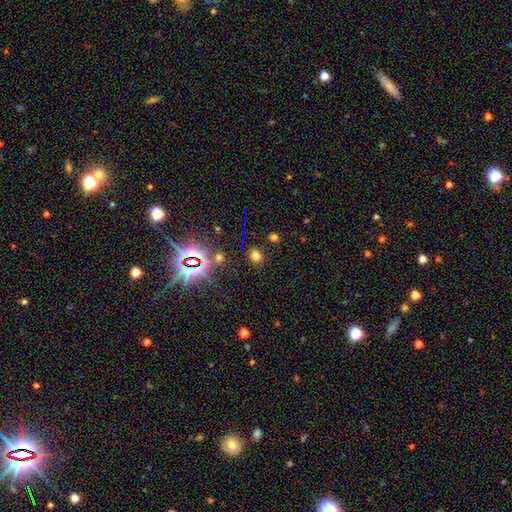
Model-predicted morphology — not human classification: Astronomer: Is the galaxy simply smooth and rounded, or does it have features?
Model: smooth — 65%.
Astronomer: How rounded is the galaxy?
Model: in between — 52% (runner-up: round, 46%).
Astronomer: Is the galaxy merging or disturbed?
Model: none — 84%.